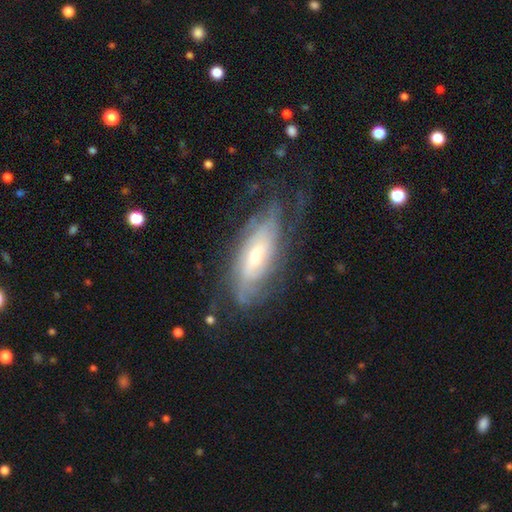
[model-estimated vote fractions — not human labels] Smooth or featured? Predicted: featured or disk (p=0.75). Edge-on disk? Predicted: no (p=0.82). Bar? Predicted: no (p=0.56). Spiral arms? Predicted: yes (p=0.89). Spiral winding? Predicted: tight (p=0.57). Spiral arm count? Predicted: can't tell (p=0.57). Bulge size? Predicted: moderate (p=0.47). Merging? Predicted: none (p=0.62).